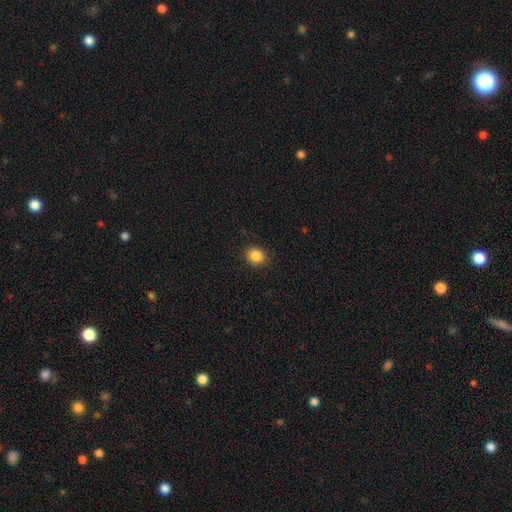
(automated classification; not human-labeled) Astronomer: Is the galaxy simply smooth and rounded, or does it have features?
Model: smooth — 87%.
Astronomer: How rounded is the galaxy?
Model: round — 72%.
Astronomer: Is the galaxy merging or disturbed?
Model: none — 90%.